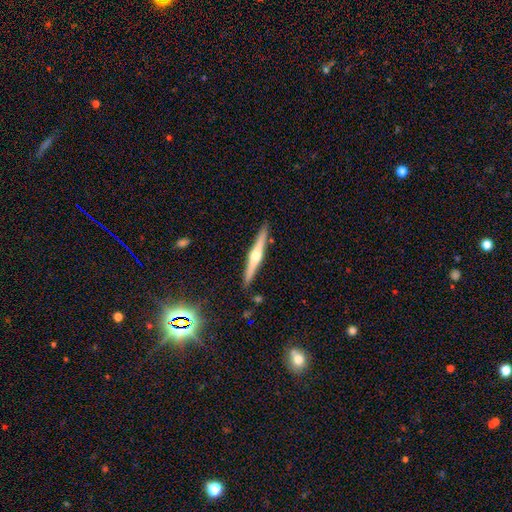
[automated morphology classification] smooth-or-featured: featured or disk: 72% | smooth: 22% | star or artifact: 6%
  disk-edge-on: yes: 98% | no: 2%
    edge-on-bulge: rounded: 92% | boxy: 4% | none: 4%
  merging: none: 90% | minor disturbance: 7% | merger: 2% | major disturbance: 1%